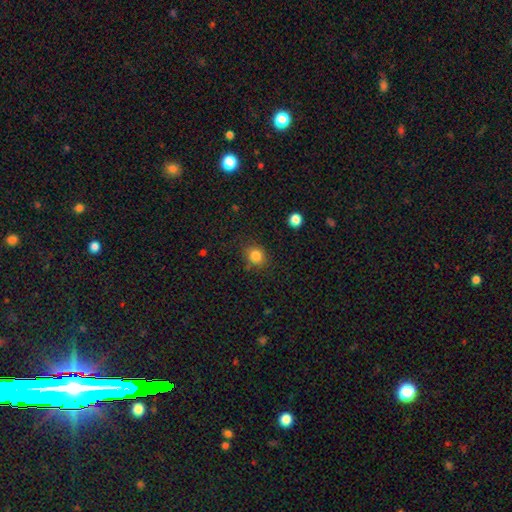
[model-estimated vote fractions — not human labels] The model was most divided on "how rounded": round: 73%, in between: 26%, cigar-shaped: 1%. More confident: smooth or featured — smooth (84%); merging — none (81%).